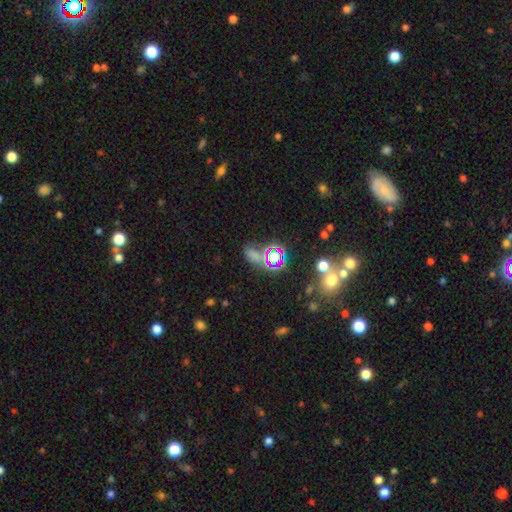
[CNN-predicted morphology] Q: Smooth or featured?
A: star or artifact (53%); runner-up: smooth (38%)